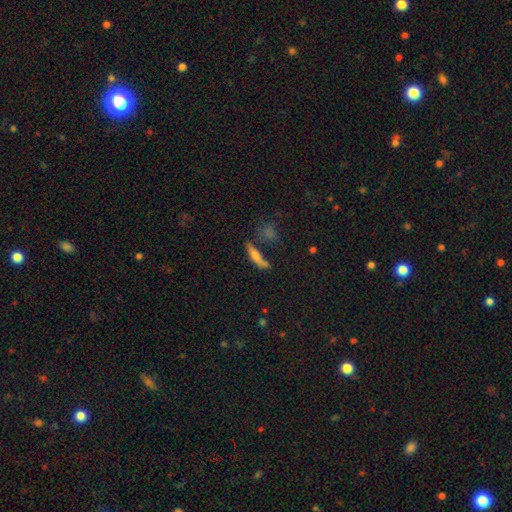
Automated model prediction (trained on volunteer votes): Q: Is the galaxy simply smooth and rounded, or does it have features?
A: smooth — 58%.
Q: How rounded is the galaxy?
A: cigar-shaped — 76%.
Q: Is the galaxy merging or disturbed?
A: none — 58%.